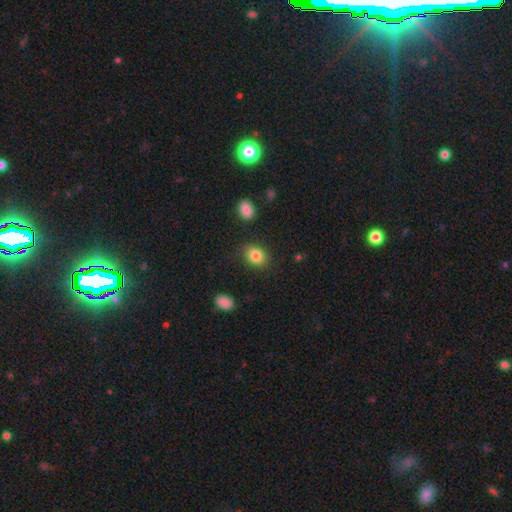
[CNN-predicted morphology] type=smooth (84%); roundness=in between (61%); merging=none (83%).